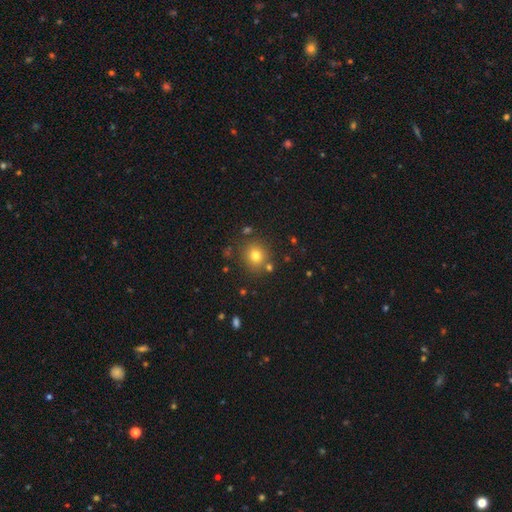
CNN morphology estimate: Smooth or featured? smooth (76%)
How rounded? round (87%)
Merging? none (82%)